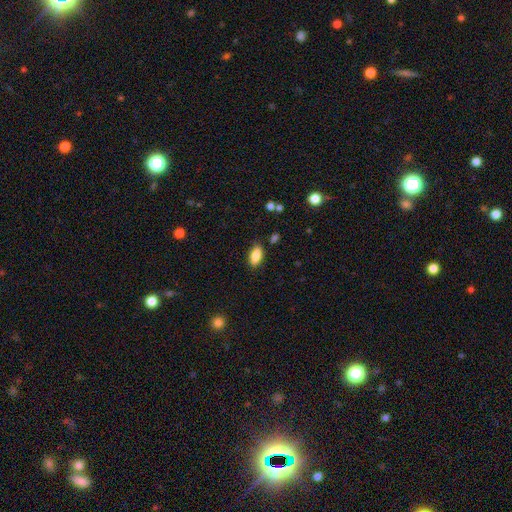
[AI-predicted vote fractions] The model was most divided on "merging": none: 84%, minor disturbance: 12%, major disturbance: 3%, merger: 2%. More confident: how rounded — in between (87%); smooth or featured — smooth (85%).